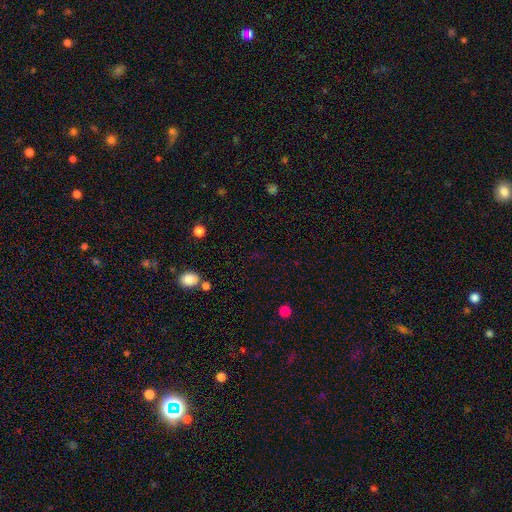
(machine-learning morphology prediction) Smooth or featured: star or artifact — 50% (smooth — 41%)